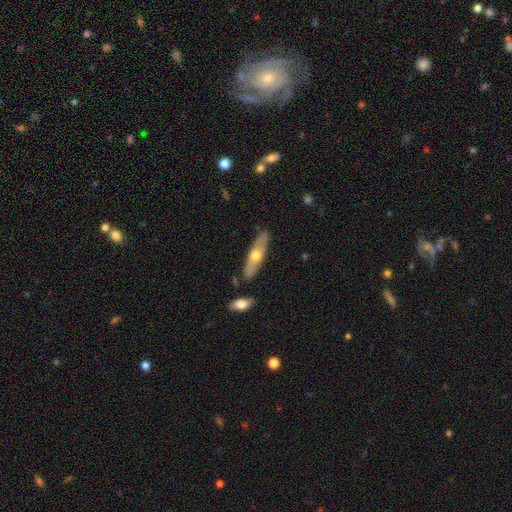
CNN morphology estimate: This is possibly a featured or disk galaxy (48%). Merging: clearly none (84%).